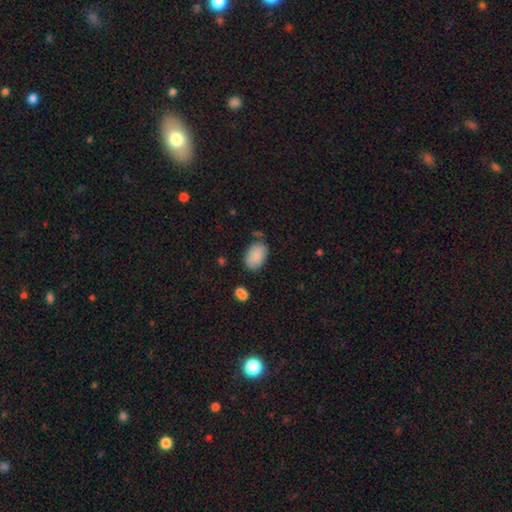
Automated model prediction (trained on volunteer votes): This appears to be a smooth galaxy with no disk features (88%) that is in between round and cigar-shaped (88%). Merging: none (73%).